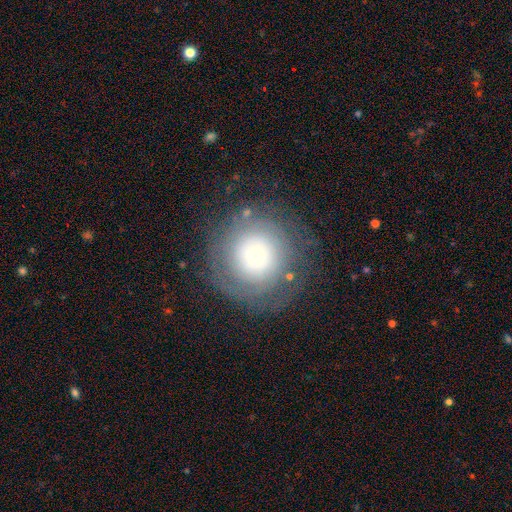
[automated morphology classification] Q: Smooth or featured?
A: featured or disk (49%); runner-up: smooth (41%)
Q: Merging?
A: none (75%); runner-up: minor disturbance (13%)